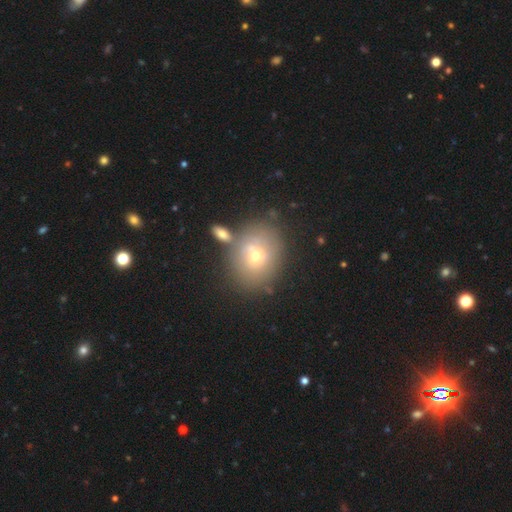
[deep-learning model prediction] smooth 60%, featured or disk 26%, star or artifact 13%. Down the decision tree: how rounded — round (57%); merging — none (67%).